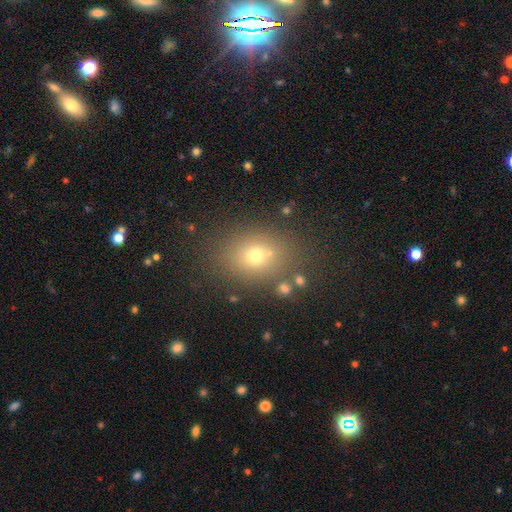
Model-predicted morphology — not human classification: Smooth or featured? smooth (68%)
How rounded? round (51%)
Merging? none (77%)